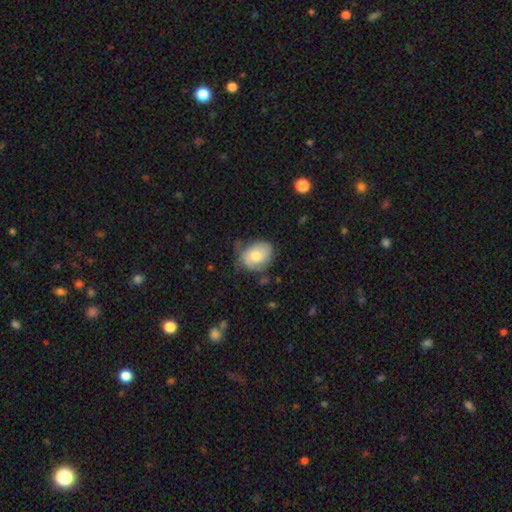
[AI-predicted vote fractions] A smooth galaxy with no disk features (71%) that is in between round and cigar-shaped (58%).

Vote fractions:
- Smooth or featured? smooth: 71% / featured or disk: 22% / star or artifact: 7%
- How rounded? in between: 58% / round: 41% / cigar-shaped: 1%
- Merging? none: 59% / minor disturbance: 30% / major disturbance: 9% / merger: 2%